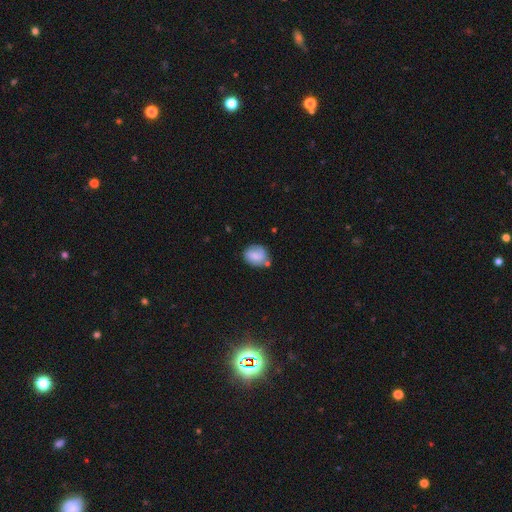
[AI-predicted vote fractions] This is likely a smooth galaxy (65%). How rounded: possibly round (59%). Merging: likely none (63%).